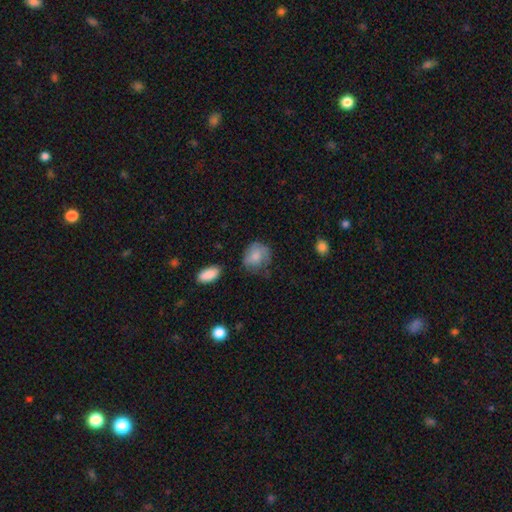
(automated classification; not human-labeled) Morphology: type=smooth (74%); roundness=round (64%); merging=none (53%).